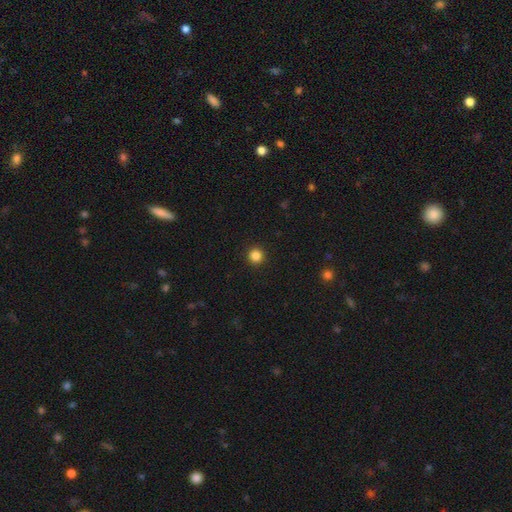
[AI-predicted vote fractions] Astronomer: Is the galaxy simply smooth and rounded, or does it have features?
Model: smooth — 85%.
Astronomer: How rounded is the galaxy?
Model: round — 94%.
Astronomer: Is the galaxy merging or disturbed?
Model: none — 93%.